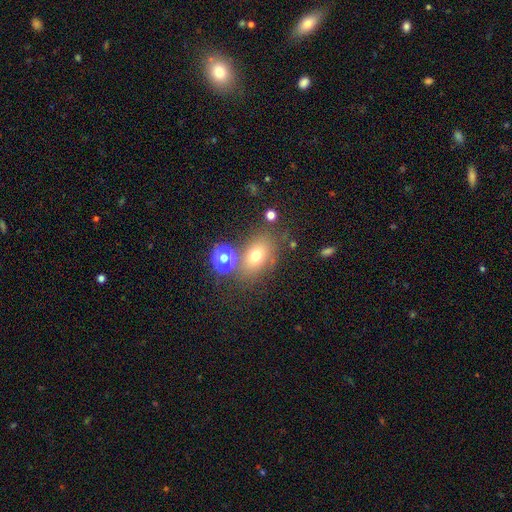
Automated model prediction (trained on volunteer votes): The model was most divided on "how rounded": in between: 70%, round: 28%, cigar-shaped: 2%. More confident: smooth or featured — smooth (68%); merging — none (68%).